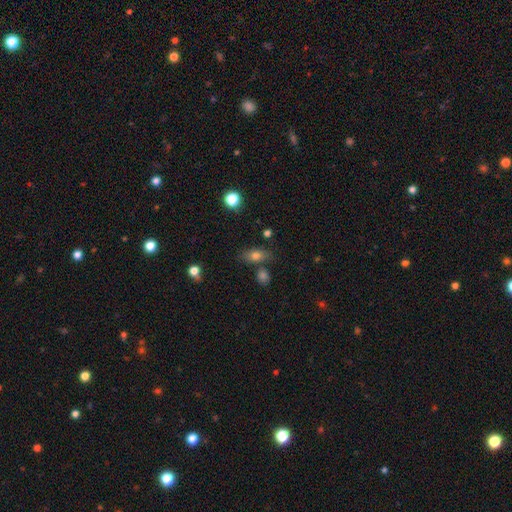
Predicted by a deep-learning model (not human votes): smooth_or_featured: smooth (p=0.76) [alt: featured or disk p=0.14]
how_rounded: in between (p=0.79) [alt: round p=0.12]
merging: none (p=0.71) [alt: minor disturbance p=0.14]